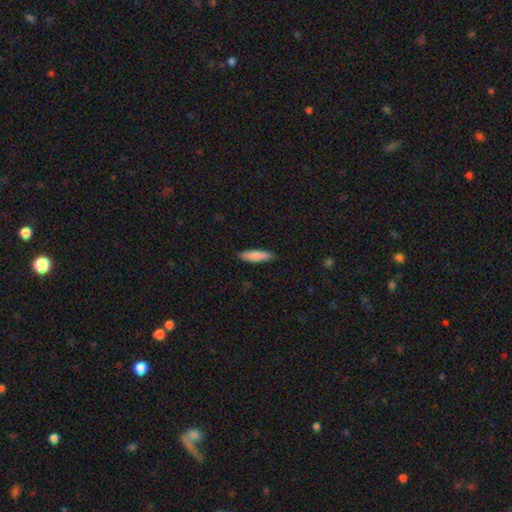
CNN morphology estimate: smooth 82%, featured or disk 12%, star or artifact 5%. Down the decision tree: how rounded — cigar-shaped (73%); merging — none (87%).